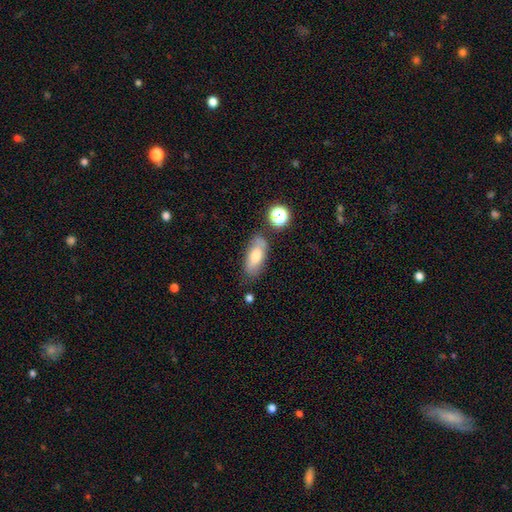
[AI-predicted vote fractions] This is likely a smooth galaxy (68%). How rounded: clearly in between (83%). Merging: likely none (70%).